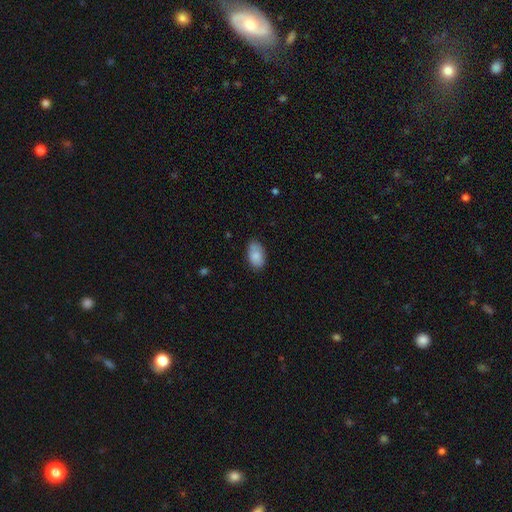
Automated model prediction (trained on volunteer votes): Smooth or featured?
  - smooth: 84% *
  - featured or disk: 9%
  - star or artifact: 7%
How rounded?
  - in between: 93% *
  - round: 6%
  - cigar-shaped: 2%
Merging?
  - none: 77% *
  - minor disturbance: 18%
  - major disturbance: 3%
  - merger: 2%